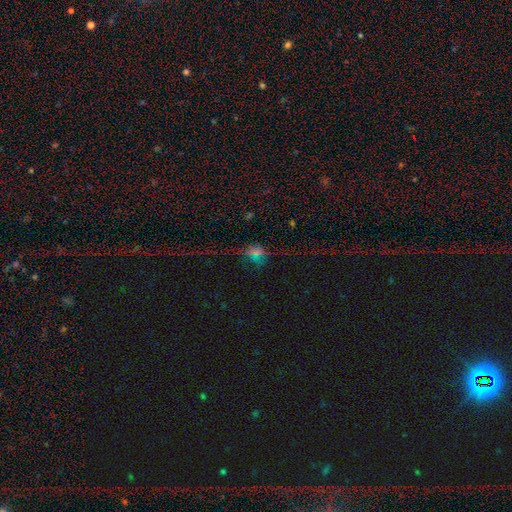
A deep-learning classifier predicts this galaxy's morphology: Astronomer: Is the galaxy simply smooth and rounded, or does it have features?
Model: star or artifact — 49% (runner-up: smooth, 33%).